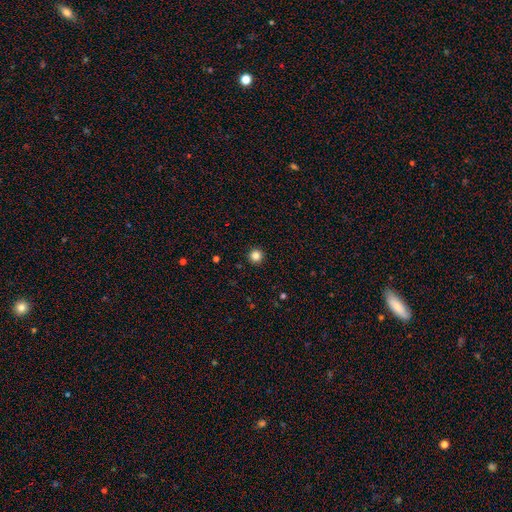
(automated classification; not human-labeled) Smooth or featured: smooth — 84% (star or artifact — 12%)
How rounded: round — 96% (in between — 3%)
Merging: none — 93% (minor disturbance — 4%)